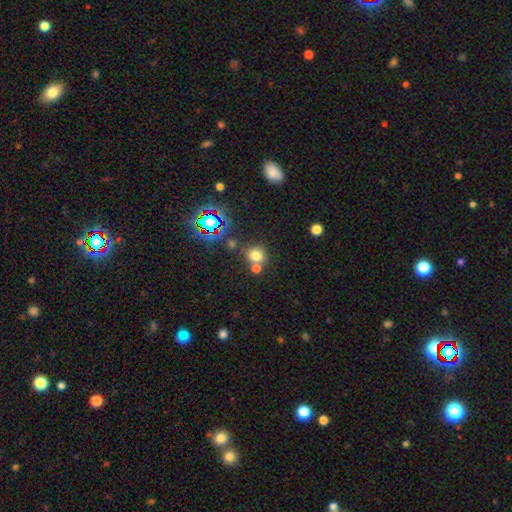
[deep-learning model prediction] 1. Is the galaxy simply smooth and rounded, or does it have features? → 72% smooth, 20% star or artifact, 9% featured or disk.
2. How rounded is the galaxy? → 84% round, 15% in between, 1% cigar-shaped.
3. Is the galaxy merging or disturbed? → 62% none, 26% merger, 9% minor disturbance, 3% major disturbance.